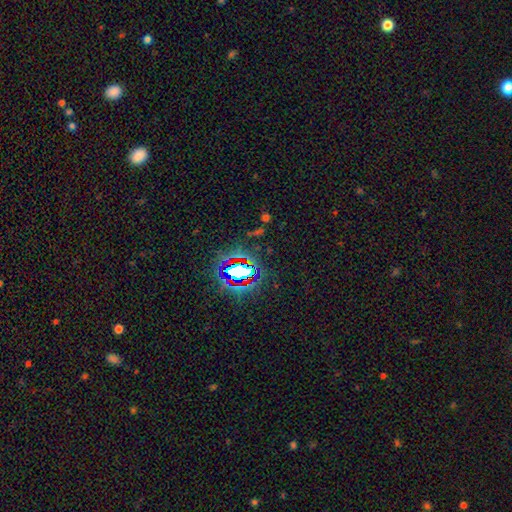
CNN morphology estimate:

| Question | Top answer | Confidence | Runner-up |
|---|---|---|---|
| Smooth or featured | star or artifact | 81% | smooth (12%) |